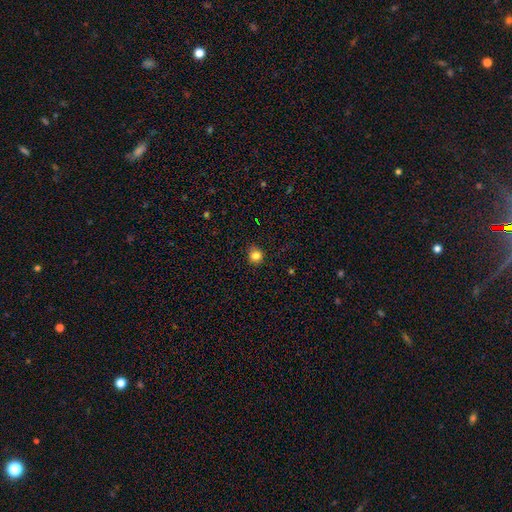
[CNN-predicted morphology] A smooth galaxy with no disk features (83%) that is round (89%). Merging: none (87%).